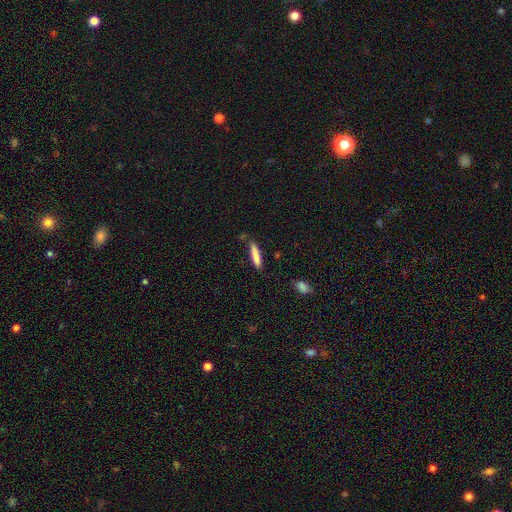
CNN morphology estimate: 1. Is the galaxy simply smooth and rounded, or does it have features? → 83% smooth, 11% featured or disk, 6% star or artifact.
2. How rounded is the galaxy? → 88% cigar-shaped, 11% in between, 1% round.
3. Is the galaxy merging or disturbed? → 79% none, 14% minor disturbance, 4% merger, 3% major disturbance.